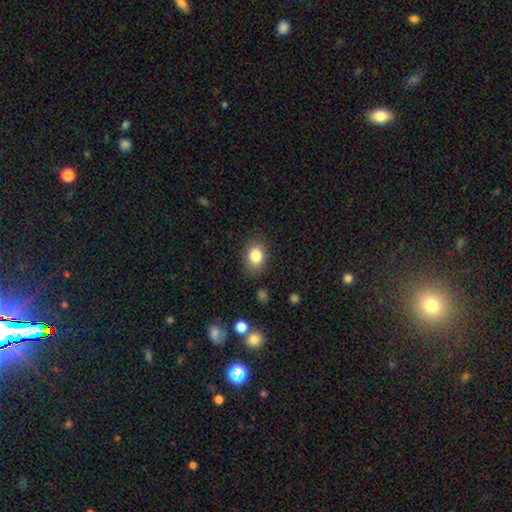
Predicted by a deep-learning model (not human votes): smooth-or-featured: smooth: 84% | star or artifact: 9% | featured or disk: 7%
  how-rounded: in between: 67% | round: 32% | cigar-shaped: 1%
  merging: none: 82% | minor disturbance: 12% | major disturbance: 4% | merger: 2%